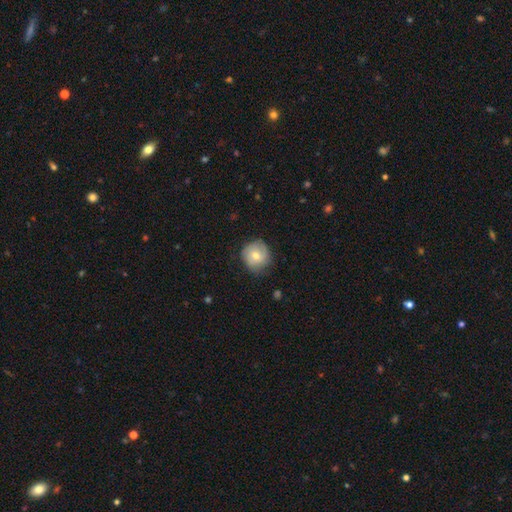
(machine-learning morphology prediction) smooth_or_featured: smooth (p=0.69) [alt: featured or disk p=0.22]
how_rounded: round (p=0.91) [alt: in between p=0.08]
merging: none (p=0.75) [alt: minor disturbance p=0.20]